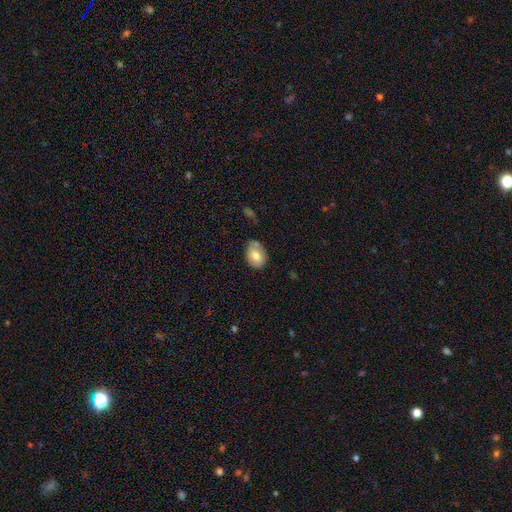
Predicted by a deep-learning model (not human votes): smooth_or_featured: smooth (p=0.76) [alt: featured or disk p=0.16]
how_rounded: in between (p=0.65) [alt: round p=0.34]
merging: none (p=0.66) [alt: minor disturbance p=0.23]